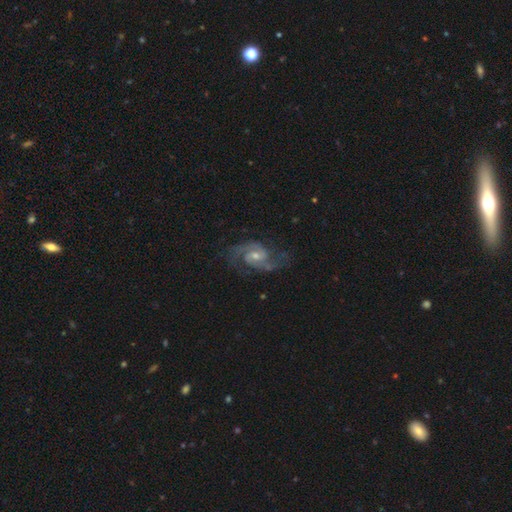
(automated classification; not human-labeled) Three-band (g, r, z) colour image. It shows a featured or disk galaxy (90%) with a weak bar (48%), 2 (88%) medium (59%) spiral arms (98%) and a moderate central bulge (48%). Merging: none (75%).